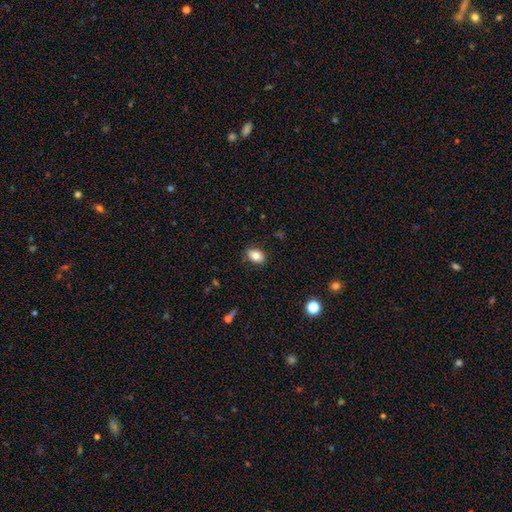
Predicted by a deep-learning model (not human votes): A smooth galaxy with no disk features (81%) that is in between round and cigar-shaped (82%).

Vote fractions:
- Smooth or featured? smooth: 81% / featured or disk: 10% / star or artifact: 9%
- How rounded? in between: 82% / round: 17% / cigar-shaped: 1%
- Merging? none: 86% / minor disturbance: 11% / major disturbance: 2% / merger: 1%